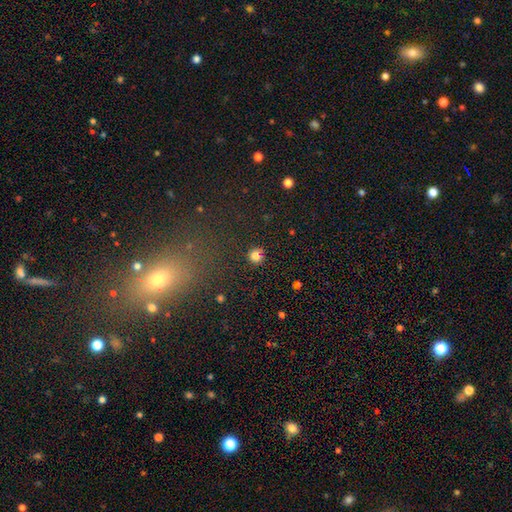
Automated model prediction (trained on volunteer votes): Smooth or featured? smooth (81%)
How rounded? round (91%)
Merging? none (84%)